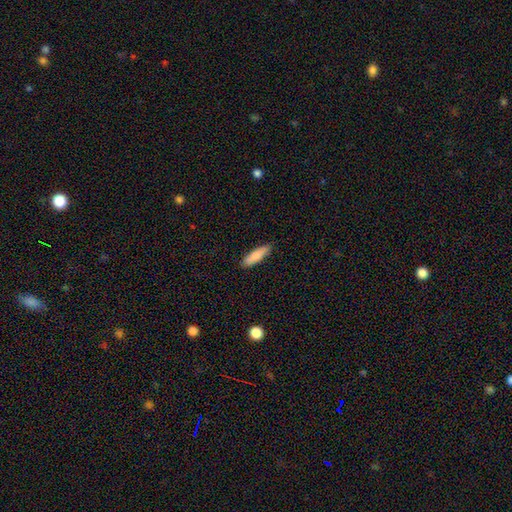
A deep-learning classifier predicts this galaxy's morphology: smooth_or_featured: smooth (p=0.85) [alt: featured or disk p=0.09]
how_rounded: cigar-shaped (p=0.63) [alt: in between p=0.36]
merging: none (p=0.86) [alt: minor disturbance p=0.11]